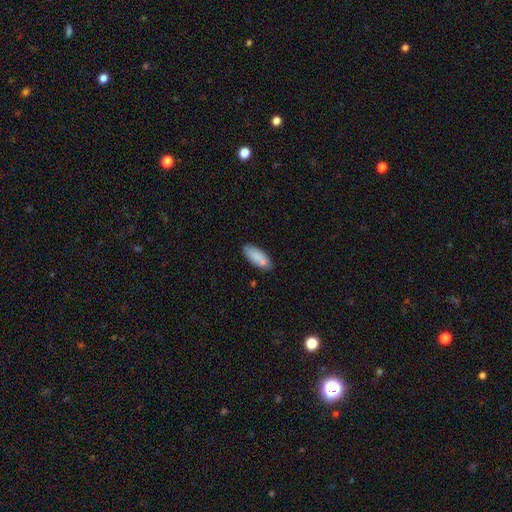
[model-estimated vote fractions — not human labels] Smooth or featured? Predicted: smooth (p=0.88). How rounded? Predicted: in between (p=0.80). Merging? Predicted: none (p=0.83).